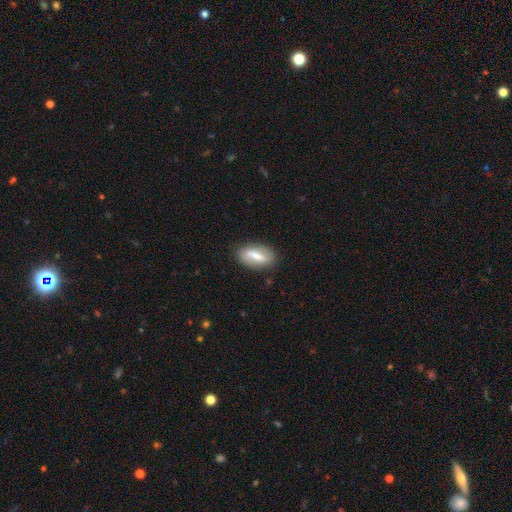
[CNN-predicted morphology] Smooth or featured? Predicted: smooth (p=0.58). How rounded? Predicted: in between (p=0.79). Merging? Predicted: none (p=0.83).